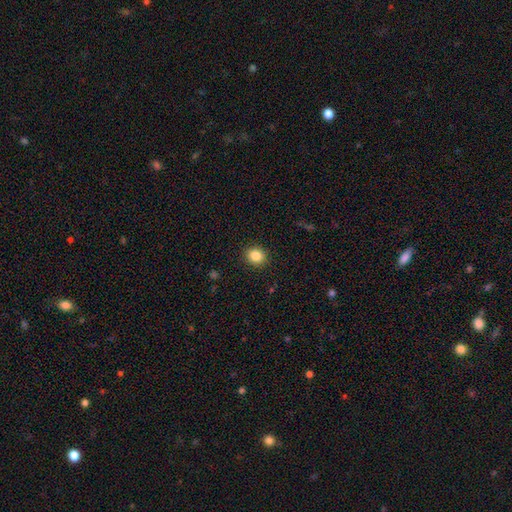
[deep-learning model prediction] This is clearly a smooth galaxy (84%). How rounded: clearly round (81%). Merging: clearly none (91%).